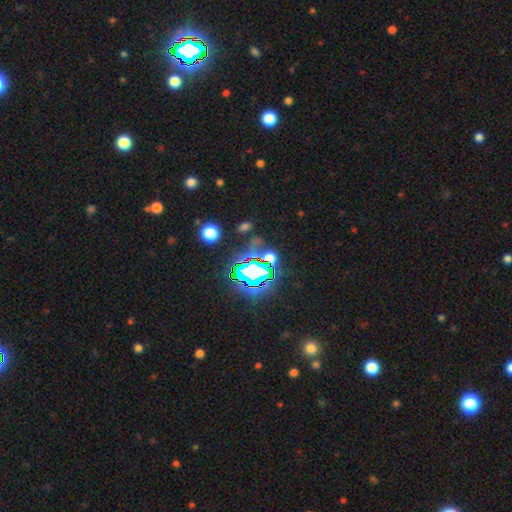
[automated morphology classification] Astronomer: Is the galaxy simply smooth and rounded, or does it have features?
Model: star or artifact — 84%.